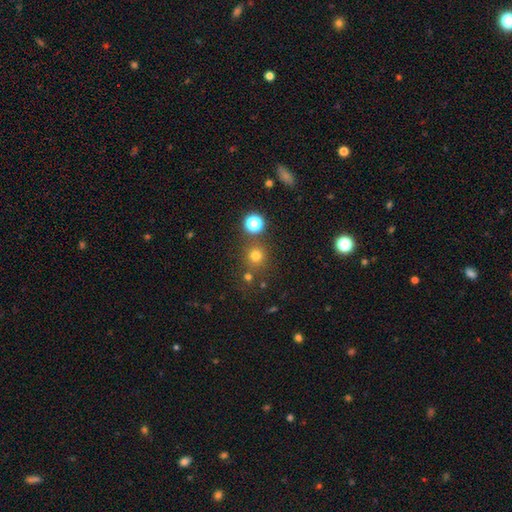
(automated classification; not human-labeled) smooth-or-featured: smooth: 71% | star or artifact: 22% | featured or disk: 7%
  how-rounded: round: 92% | in between: 7% | cigar-shaped: 1%
  merging: none: 78% | merger: 10% | minor disturbance: 8% | major disturbance: 4%